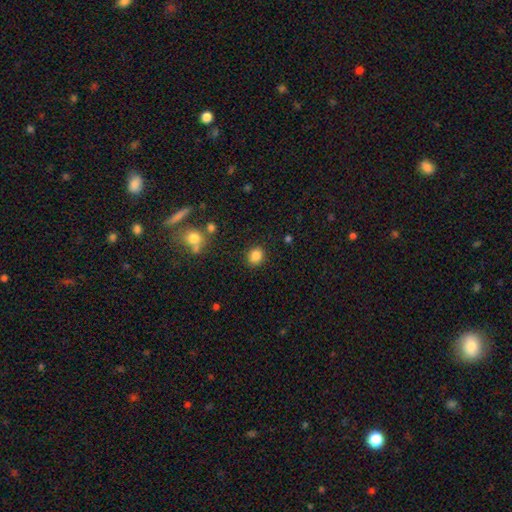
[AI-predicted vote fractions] The model was most divided on "how rounded": round: 74%, in between: 25%, cigar-shaped: 1%. More confident: merging — none (88%); smooth or featured — smooth (86%).